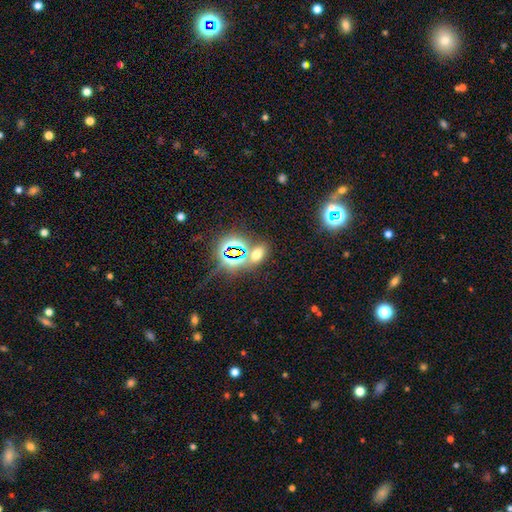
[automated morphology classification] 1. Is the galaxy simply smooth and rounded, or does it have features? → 50% smooth, 42% star or artifact, 8% featured or disk.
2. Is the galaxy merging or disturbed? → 68% none, 16% merger, 10% minor disturbance, 5% major disturbance.